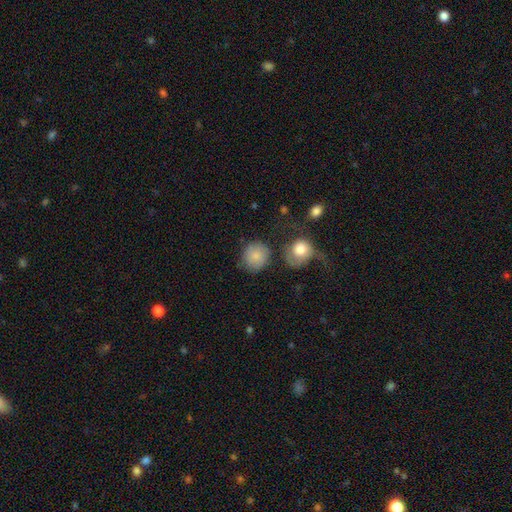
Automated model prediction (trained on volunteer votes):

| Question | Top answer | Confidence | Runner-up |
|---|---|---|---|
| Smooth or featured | smooth | 84% | featured or disk (8%) |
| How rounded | round | 86% | in between (13%) |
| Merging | none | 71% | minor disturbance (14%) |